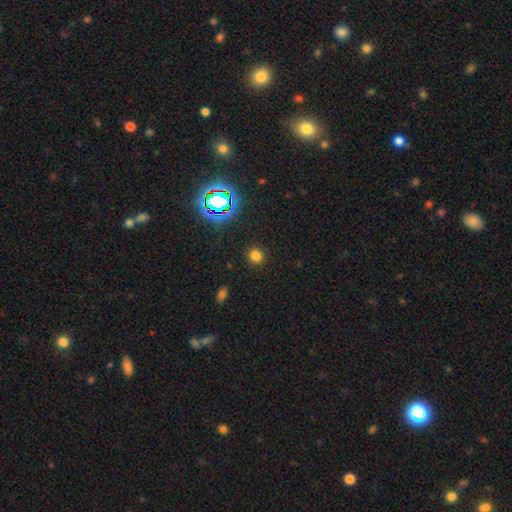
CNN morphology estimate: Smooth or featured? Predicted: smooth (p=0.73). How rounded? Predicted: round (p=0.87). Merging? Predicted: none (p=0.90).